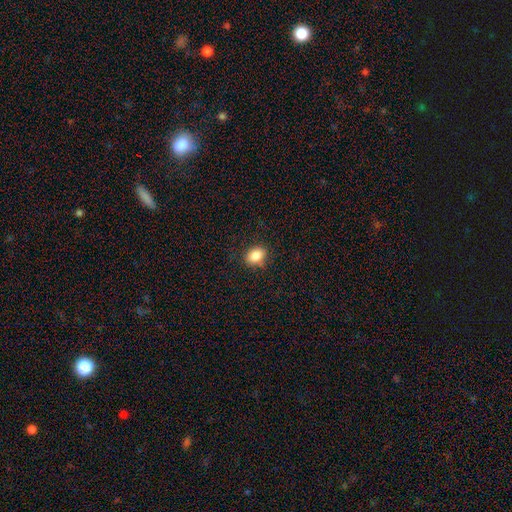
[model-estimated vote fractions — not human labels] Smooth or featured? smooth (86%)
How rounded? in between (69%)
Merging? none (84%)